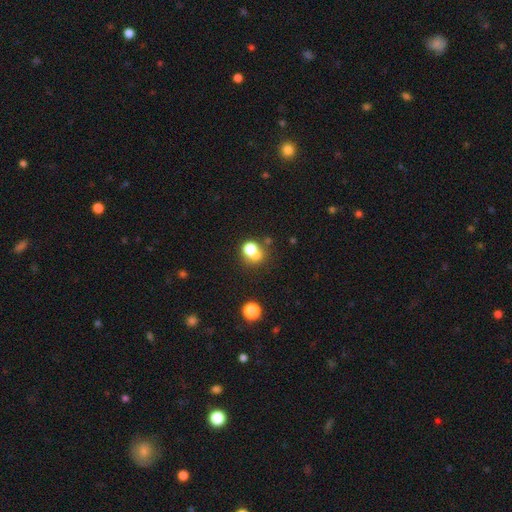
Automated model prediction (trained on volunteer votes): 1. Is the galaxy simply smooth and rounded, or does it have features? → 70% smooth, 16% star or artifact, 15% featured or disk.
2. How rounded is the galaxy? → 68% round, 31% in between, 1% cigar-shaped.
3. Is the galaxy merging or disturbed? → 39% merger, 38% none, 13% minor disturbance, 10% major disturbance.